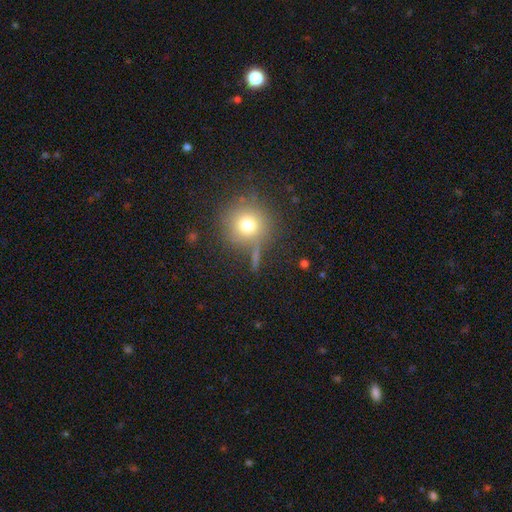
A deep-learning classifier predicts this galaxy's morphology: Smooth or featured?
  - smooth: 66% *
  - star or artifact: 20%
  - featured or disk: 13%
How rounded?
  - round: 92% *
  - in between: 6%
  - cigar-shaped: 2%
Merging?
  - none: 75% *
  - minor disturbance: 12%
  - merger: 7%
  - major disturbance: 6%